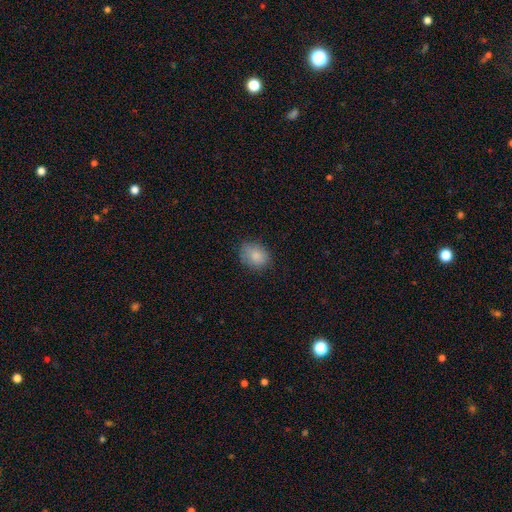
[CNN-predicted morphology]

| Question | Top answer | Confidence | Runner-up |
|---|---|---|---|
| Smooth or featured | smooth | 85% | star or artifact (8%) |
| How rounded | in between | 52% | round (47%) |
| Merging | none | 78% | minor disturbance (17%) |